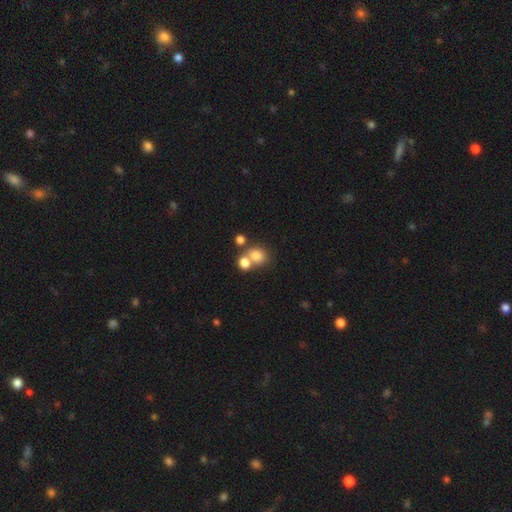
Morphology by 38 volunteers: smooth-or-featured: smooth: 87% | featured or disk: 11% | star or artifact: 3%
  how-rounded: round: 58% | in between: 42% | cigar-shaped: 0%
  merging: merger: 51% | none: 35% | major disturbance: 8% | minor disturbance: 5%